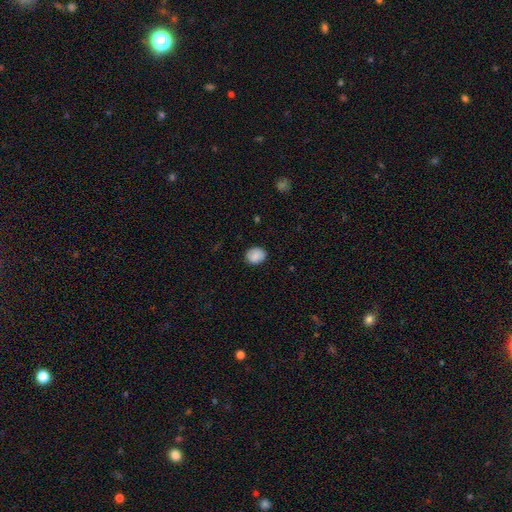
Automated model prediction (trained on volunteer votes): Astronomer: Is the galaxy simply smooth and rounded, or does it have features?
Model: smooth — 85%.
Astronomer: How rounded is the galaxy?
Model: round — 64%.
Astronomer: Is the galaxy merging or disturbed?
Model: none — 83%.